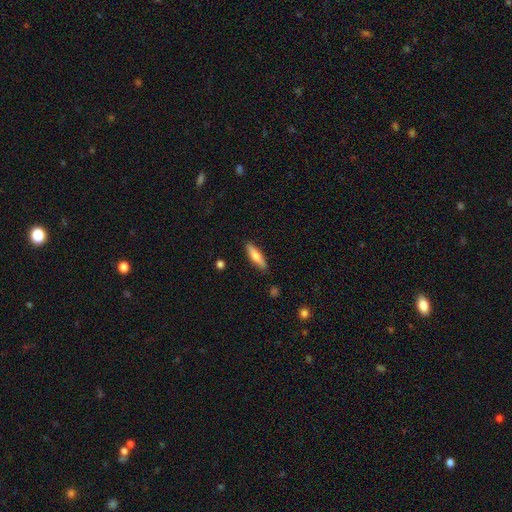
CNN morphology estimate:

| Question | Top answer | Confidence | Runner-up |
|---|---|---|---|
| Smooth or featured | smooth | 69% | featured or disk (25%) |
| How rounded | cigar-shaped | 70% | in between (29%) |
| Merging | none | 87% | minor disturbance (10%) |